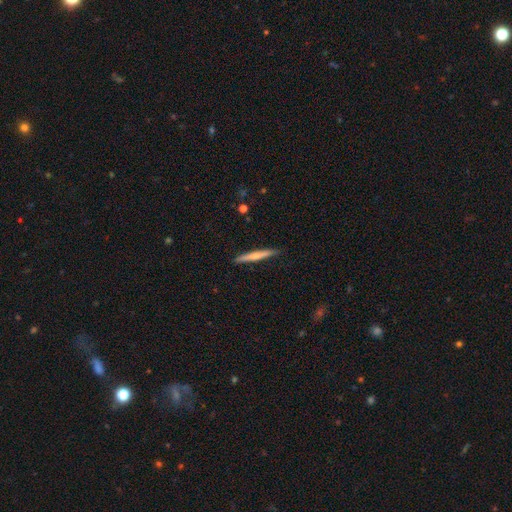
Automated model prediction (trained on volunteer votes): Morphology: type=smooth (56%); roundness=cigar-shaped (96%); merging=none (90%).